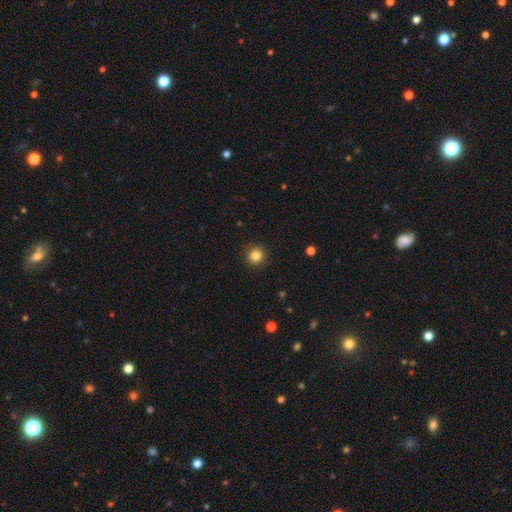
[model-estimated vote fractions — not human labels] Smooth or featured? Predicted: smooth (p=0.84). How rounded? Predicted: round (p=0.95). Merging? Predicted: none (p=0.92).